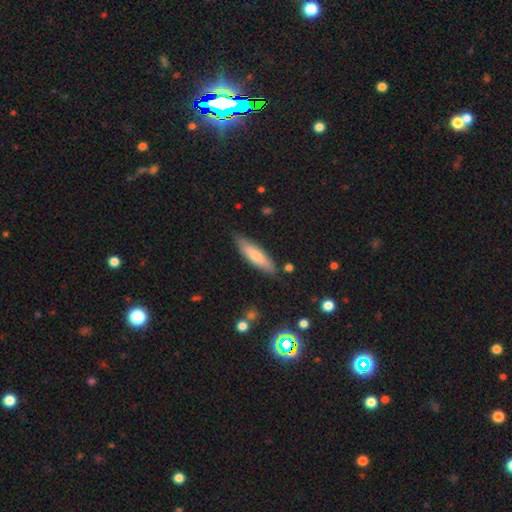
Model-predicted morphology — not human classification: smooth 72%, featured or disk 23%, star or artifact 5%. Down the decision tree: how rounded — cigar-shaped (66%); merging — none (83%).